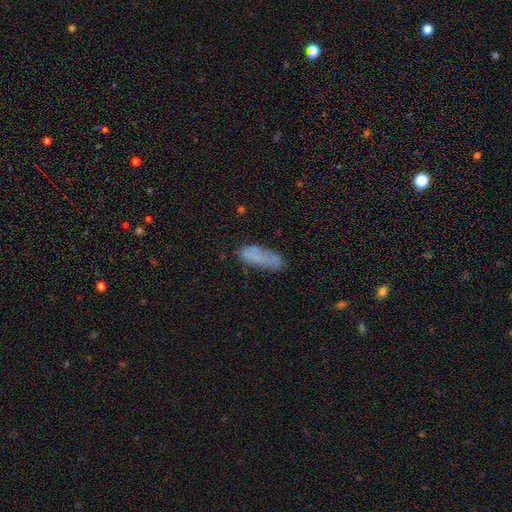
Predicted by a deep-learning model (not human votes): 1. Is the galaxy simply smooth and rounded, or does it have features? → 70% smooth, 21% featured or disk, 9% star or artifact.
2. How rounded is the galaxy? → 54% in between, 44% cigar-shaped, 2% round.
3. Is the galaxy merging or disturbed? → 55% none, 27% minor disturbance, 12% major disturbance, 6% merger.